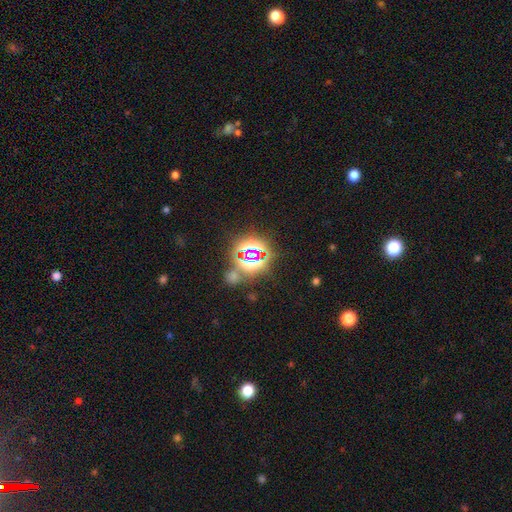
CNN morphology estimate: Q: Smooth or featured?
A: star or artifact (76%); runner-up: smooth (16%)